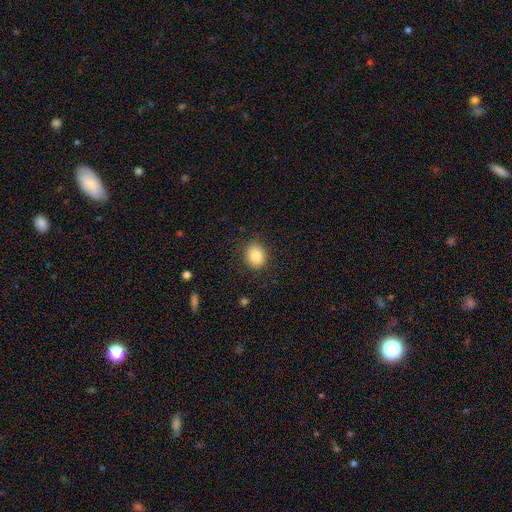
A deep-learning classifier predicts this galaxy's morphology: A smooth galaxy with no disk features (83%) that is round (55%). Merging: none (87%).